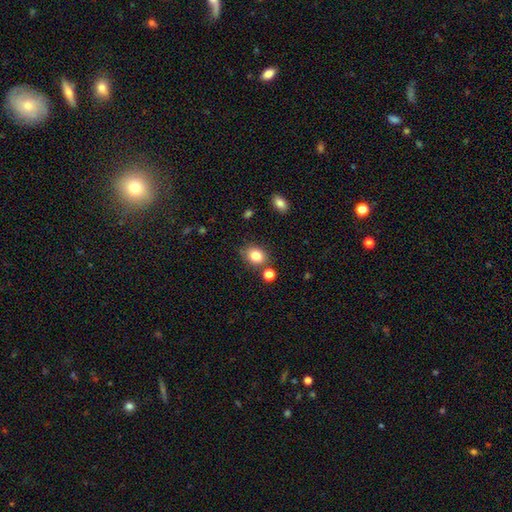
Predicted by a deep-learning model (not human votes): This is clearly a smooth galaxy (83%). How rounded: possibly round (54%). Merging: likely none (76%).